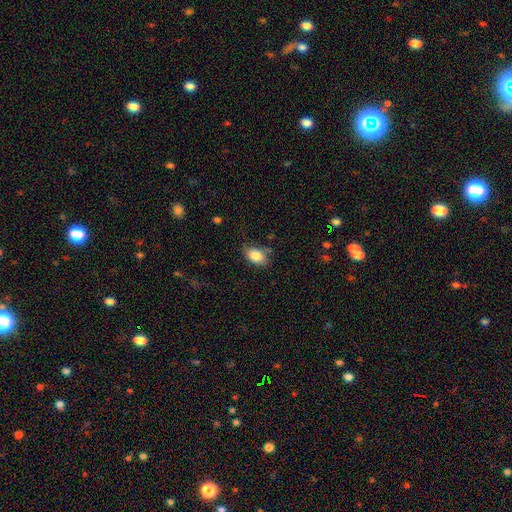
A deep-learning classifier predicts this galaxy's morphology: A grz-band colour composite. It shows a smooth galaxy with no disk features (85%) that is in between round and cigar-shaped (87%). Merging: none (73%).